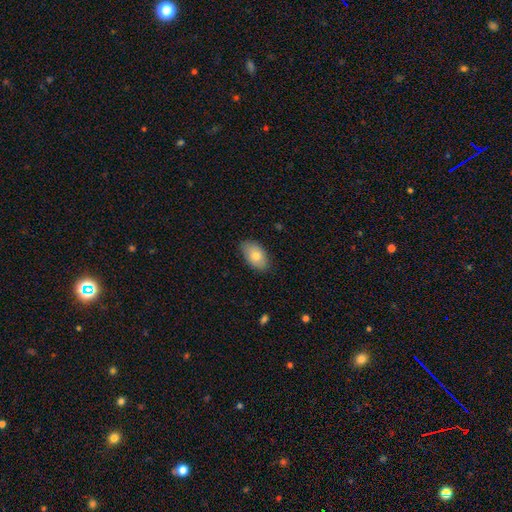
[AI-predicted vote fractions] Smooth or featured? Predicted: smooth (p=0.79). How rounded? Predicted: in between (p=0.93). Merging? Predicted: none (p=0.84).